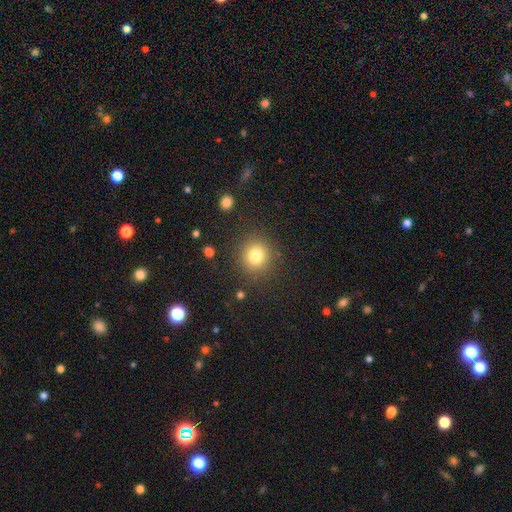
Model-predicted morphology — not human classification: Smooth or featured? Predicted: smooth (p=0.79). How rounded? Predicted: round (p=0.90). Merging? Predicted: none (p=0.87).